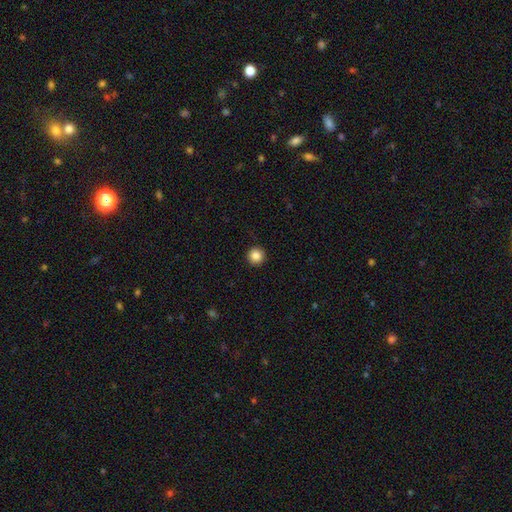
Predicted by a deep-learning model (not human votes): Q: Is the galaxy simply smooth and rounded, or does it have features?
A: smooth — 86%.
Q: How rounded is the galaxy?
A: round — 96%.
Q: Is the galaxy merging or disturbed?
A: none — 93%.